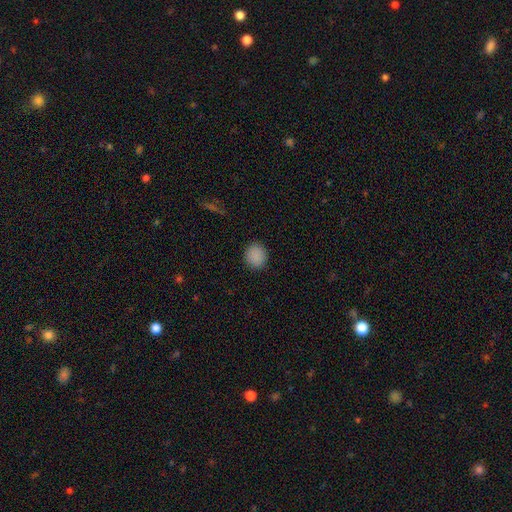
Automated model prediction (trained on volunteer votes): Q: Smooth or featured?
A: smooth (88%); runner-up: star or artifact (9%)
Q: How rounded?
A: round (88%); runner-up: in between (12%)
Q: Merging?
A: none (91%); runner-up: minor disturbance (6%)